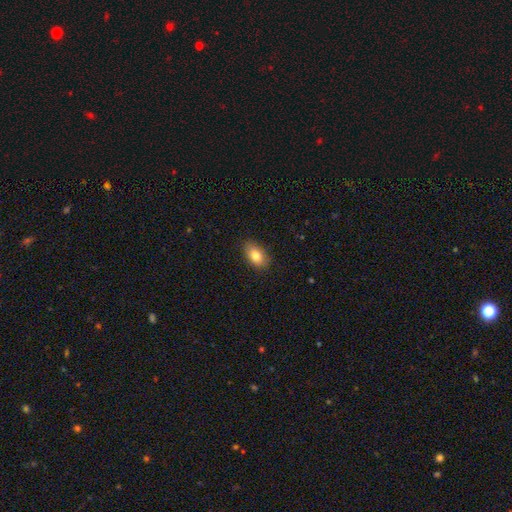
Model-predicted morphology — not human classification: Q: Smooth or featured?
A: smooth (82%); runner-up: featured or disk (10%)
Q: How rounded?
A: in between (87%); runner-up: round (10%)
Q: Merging?
A: none (85%); runner-up: minor disturbance (12%)